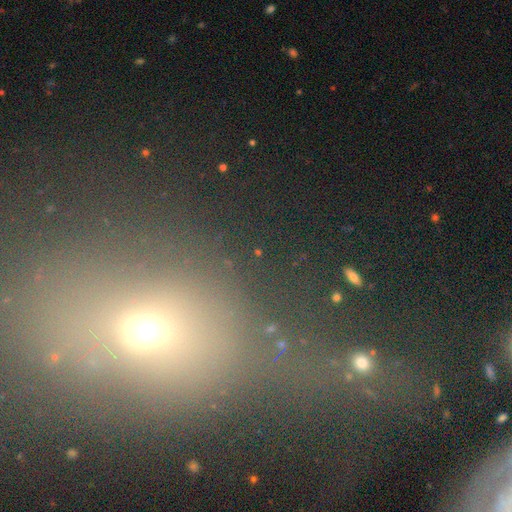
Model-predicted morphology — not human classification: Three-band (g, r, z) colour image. It shows a star or artifact, not a galaxy (45%).